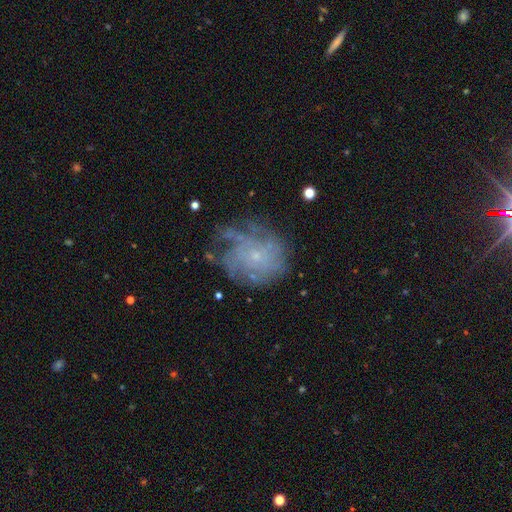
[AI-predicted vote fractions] Smooth or featured: featured or disk — 64% (smooth — 21%)
Edge-on disk: no — 97% (yes — 3%)
Bar: no — 85% (weak — 13%)
Spiral arms: yes — 78% (no — 22%)
Bulge size: small — 83% (moderate — 10%)
Merging: none — 59% (minor disturbance — 23%)